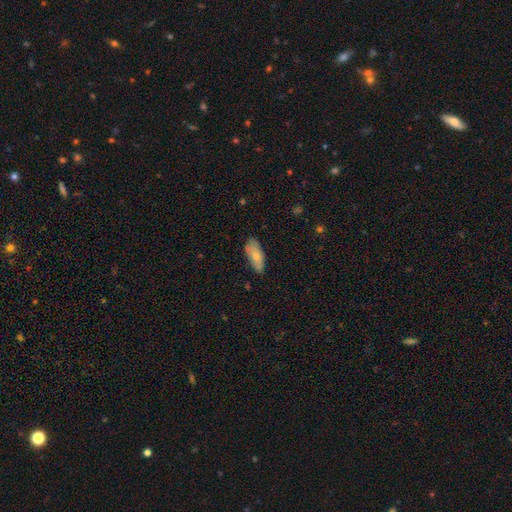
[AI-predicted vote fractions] smooth_or_featured: smooth (p=0.74) [alt: featured or disk p=0.20]
how_rounded: in between (p=0.83) [alt: cigar-shaped p=0.14]
merging: none (p=0.72) [alt: minor disturbance p=0.23]